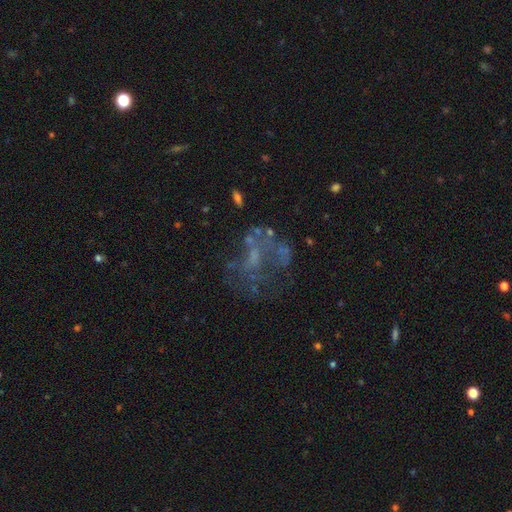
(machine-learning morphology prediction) featured or disk 60%, star or artifact 22%, smooth 18%. Down the decision tree: edge-on disk — no (98%); bar — no (80%); spiral arms — no (80%); bulge size — none (56%); merging — none (44%).